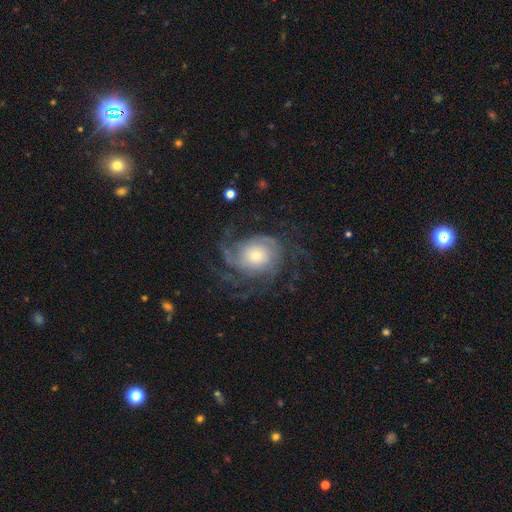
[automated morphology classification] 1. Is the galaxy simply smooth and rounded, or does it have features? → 84% featured or disk, 10% smooth, 6% star or artifact.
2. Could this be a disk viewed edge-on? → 98% no, 2% yes.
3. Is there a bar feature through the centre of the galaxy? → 76% no, 20% weak, 4% strong.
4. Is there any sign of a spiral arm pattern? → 96% yes, 4% no.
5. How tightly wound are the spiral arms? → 41% tight, 40% medium, 19% loose.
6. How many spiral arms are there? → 30% 3, 22% can't tell, 19% 2, 14% 4, 7% 1, 7% more than 4.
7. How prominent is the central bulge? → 44% small, 37% moderate, 14% large, 3% dominant, 2% none.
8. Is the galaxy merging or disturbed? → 63% none, 20% major disturbance, 16% minor disturbance, 1% merger.